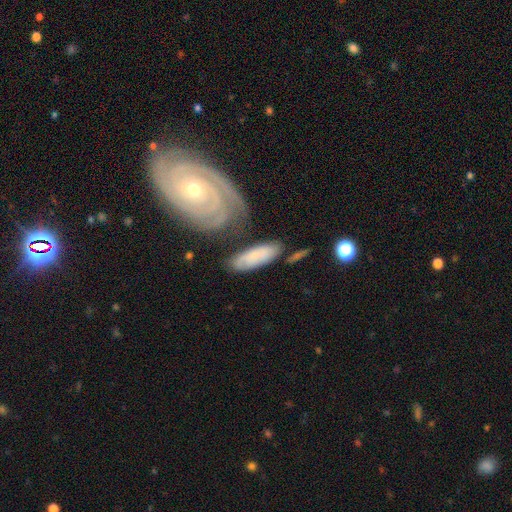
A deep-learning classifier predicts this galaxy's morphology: Overall: smooth (53%; featured or disk 39%). How rounded: in between (62%; cigar-shaped 36%). Merging: none (62%).